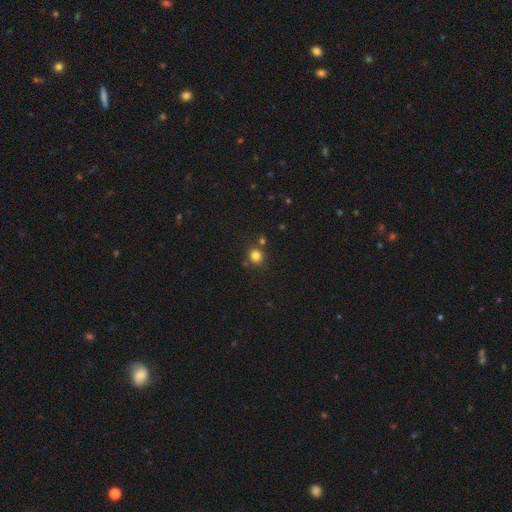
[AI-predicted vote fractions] Morphology: type=smooth (81%); roundness=round (89%); merging=none (78%).